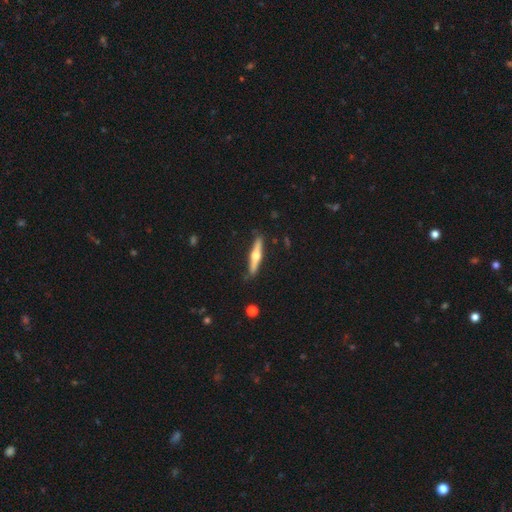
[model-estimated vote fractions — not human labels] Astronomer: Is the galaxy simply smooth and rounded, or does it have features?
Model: featured or disk — 63%.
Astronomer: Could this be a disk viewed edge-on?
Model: yes — 96%.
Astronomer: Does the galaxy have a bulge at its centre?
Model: rounded — 94%.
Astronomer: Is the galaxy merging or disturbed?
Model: none — 88%.